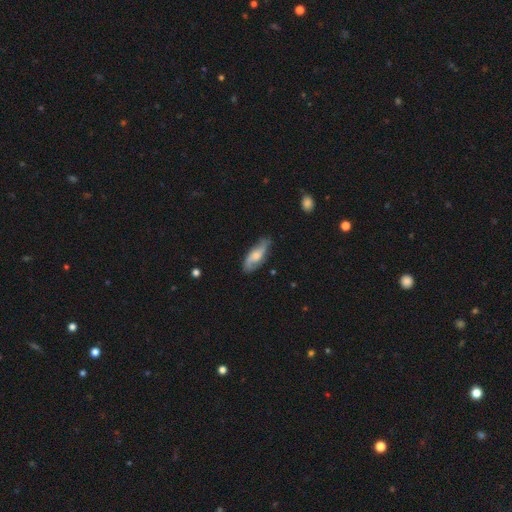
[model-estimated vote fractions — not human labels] Smooth or featured? Predicted: featured or disk (p=0.51). Edge-on disk? Predicted: no (p=0.82). Merging? Predicted: none (p=0.70).